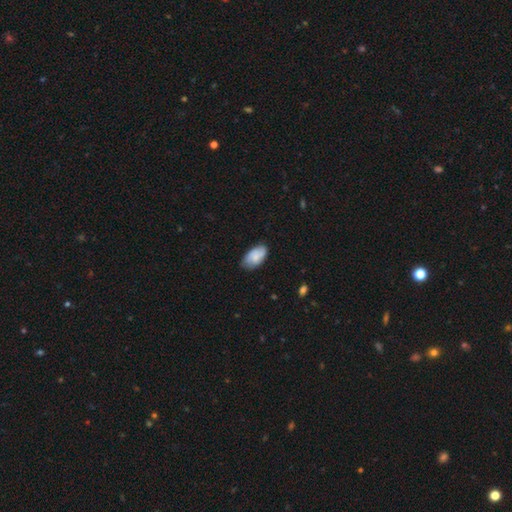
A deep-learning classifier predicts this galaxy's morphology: Smooth or featured? smooth (77%)
How rounded? in between (94%)
Merging? none (73%)